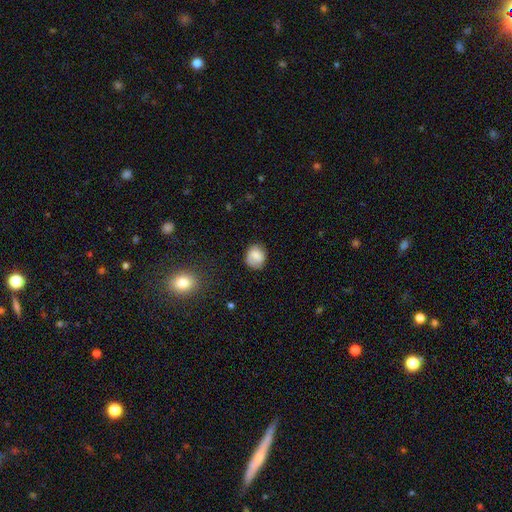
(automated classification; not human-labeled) Overall: smooth (78%). How rounded: round (71%). Merging: none (68%).